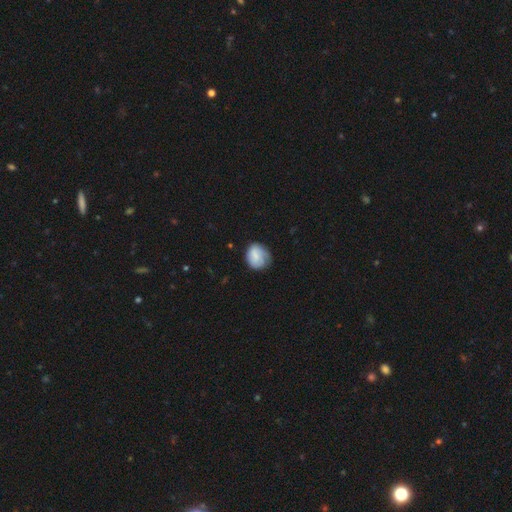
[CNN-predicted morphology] Q: Smooth or featured?
A: smooth (74%); runner-up: featured or disk (19%)
Q: How rounded?
A: round (70%); runner-up: in between (29%)
Q: Merging?
A: none (62%); runner-up: minor disturbance (29%)